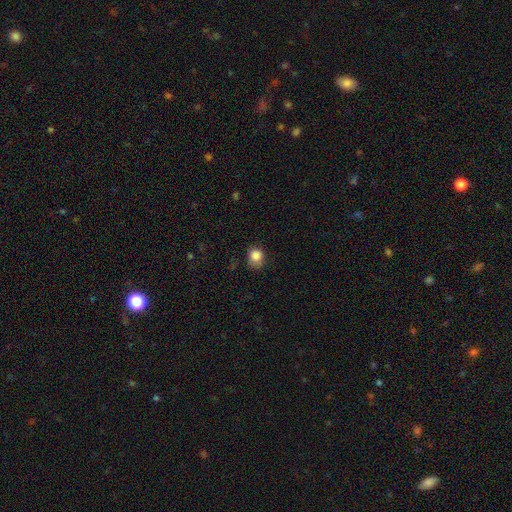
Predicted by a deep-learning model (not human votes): smooth 85%, star or artifact 10%, featured or disk 5%. Down the decision tree: how rounded — round (69%); merging — none (57%).